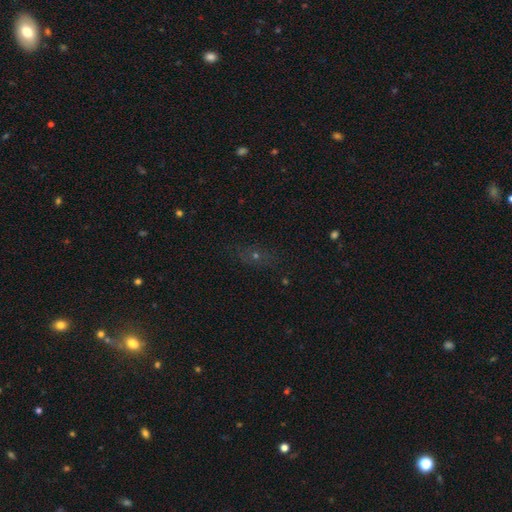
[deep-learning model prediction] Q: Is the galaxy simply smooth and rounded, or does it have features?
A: star or artifact — 42%.